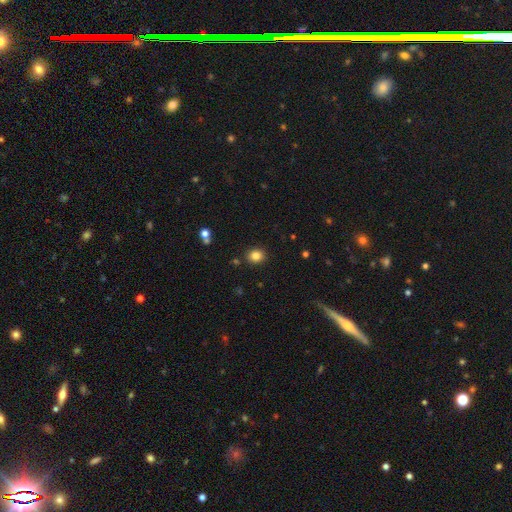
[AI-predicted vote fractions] Smooth or featured? smooth (83%)
How rounded? round (73%)
Merging? none (88%)